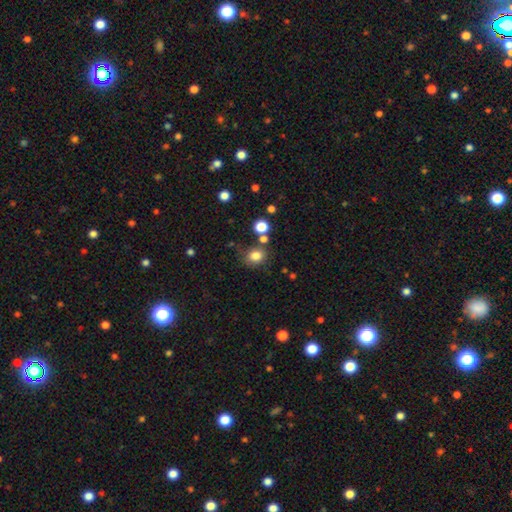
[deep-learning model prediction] A smooth galaxy with no disk features (80%) that is round (69%). Merging: none (71%).